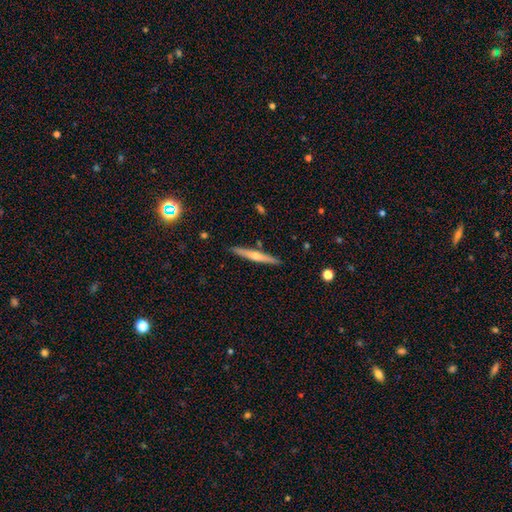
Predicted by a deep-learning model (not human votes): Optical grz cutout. It shows a featured or disk galaxy (61%) viewed edge-on (97%) with a rounded central bulge (82%). Merging: none (90%).